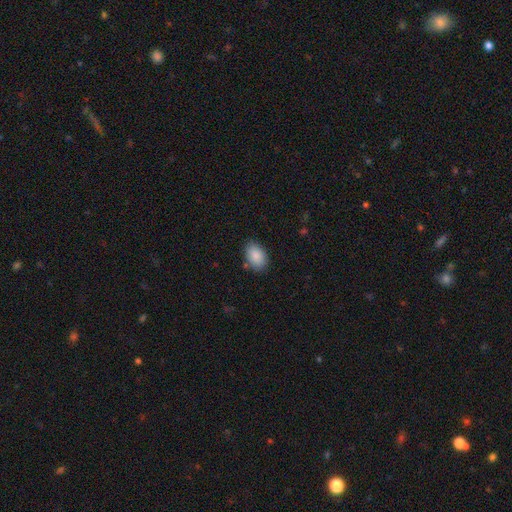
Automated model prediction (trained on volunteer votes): The model was most divided on "merging": none: 83%, minor disturbance: 13%, major disturbance: 3%, merger: 2%. More confident: how rounded — in between (89%); smooth or featured — smooth (88%).